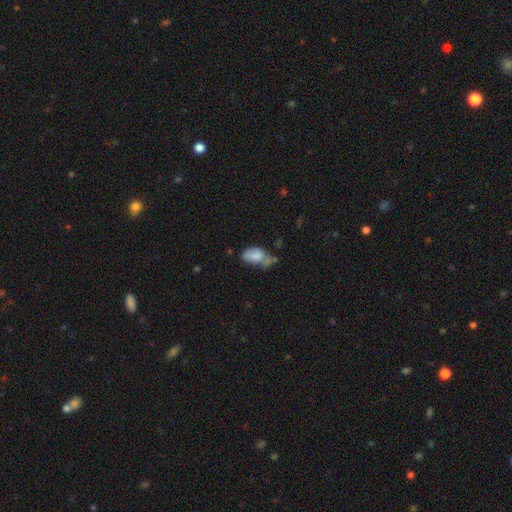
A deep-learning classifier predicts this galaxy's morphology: Overall: smooth (72%). How rounded: in between (89%). Merging: minor disturbance (30%; none 29%).